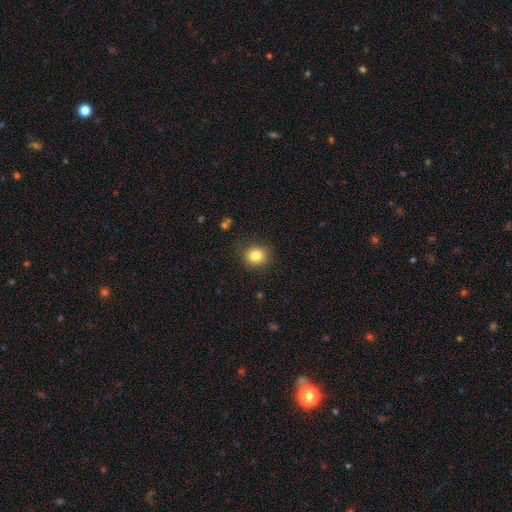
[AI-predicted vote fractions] smooth-or-featured: smooth: 83% | star or artifact: 11% | featured or disk: 6%
  how-rounded: round: 76% | in between: 23% | cigar-shaped: 1%
  merging: none: 86% | minor disturbance: 10% | major disturbance: 3% | merger: 1%